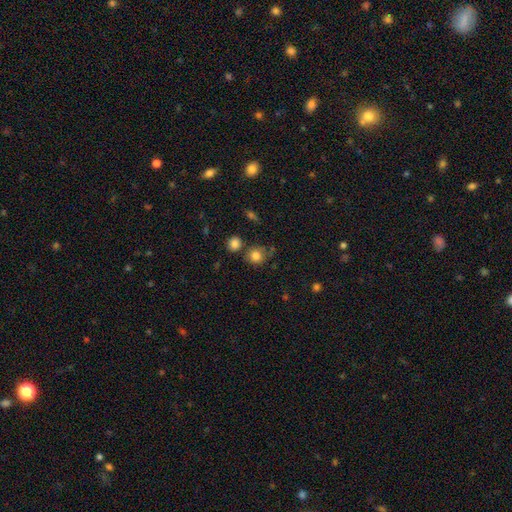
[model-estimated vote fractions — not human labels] Smooth or featured: smooth — 82% (star or artifact — 11%)
How rounded: round — 85% (in between — 14%)
Merging: none — 68% (minor disturbance — 15%)